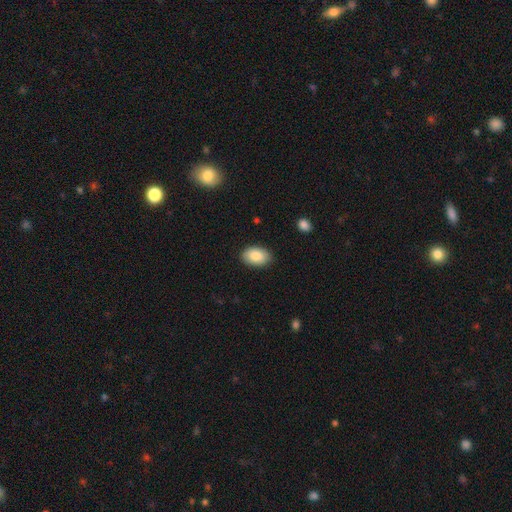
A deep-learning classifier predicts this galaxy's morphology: Smooth or featured? Predicted: smooth (p=0.86). How rounded? Predicted: in between (p=0.91). Merging? Predicted: none (p=0.86).